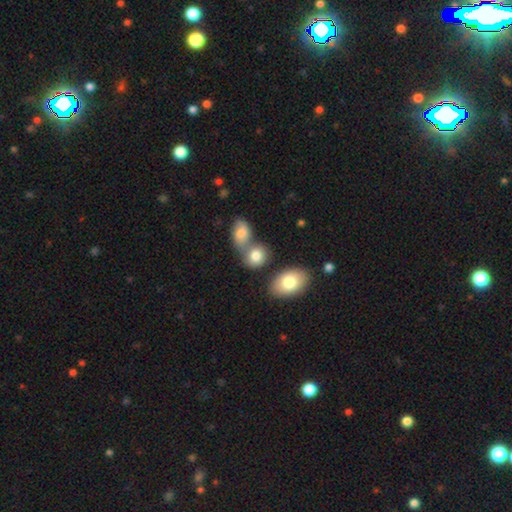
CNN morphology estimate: A smooth galaxy with no disk features (80%) that is in between round and cigar-shaped (51%). Merging: none (44%).